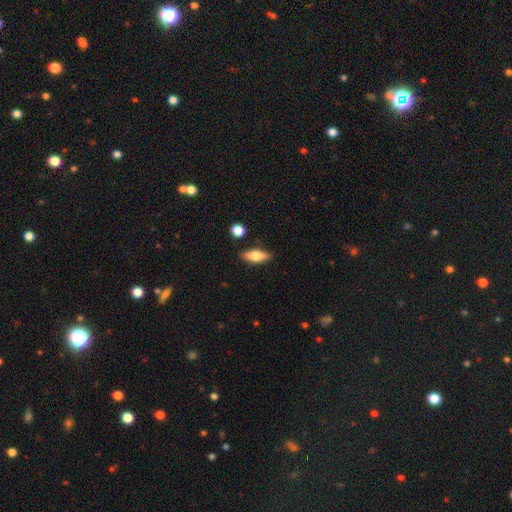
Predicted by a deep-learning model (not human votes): Morphology: type=smooth (67%); roundness=in between (65%); merging=none (84%).